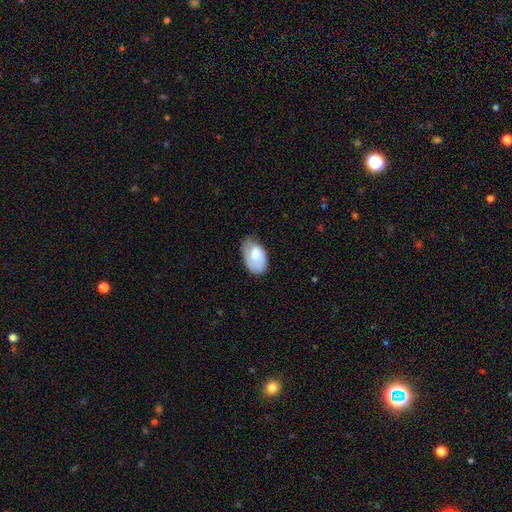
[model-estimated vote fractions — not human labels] Morphology: type=smooth (72%); roundness=in between (92%); merging=none (51%).